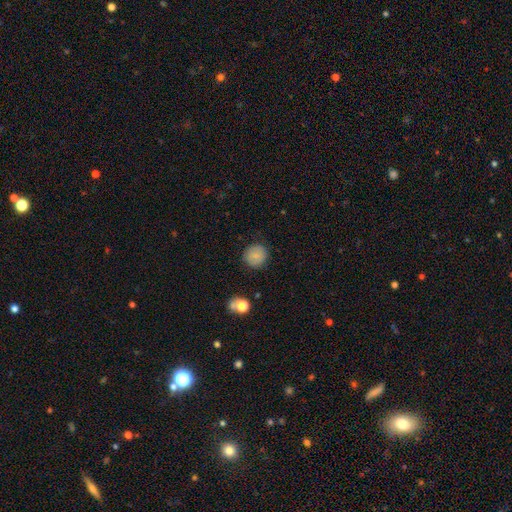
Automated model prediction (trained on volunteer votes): smooth-or-featured: smooth: 79% | featured or disk: 11% | star or artifact: 9%
  how-rounded: round: 90% | in between: 9% | cigar-shaped: 1%
  merging: none: 87% | minor disturbance: 9% | major disturbance: 3% | merger: 1%